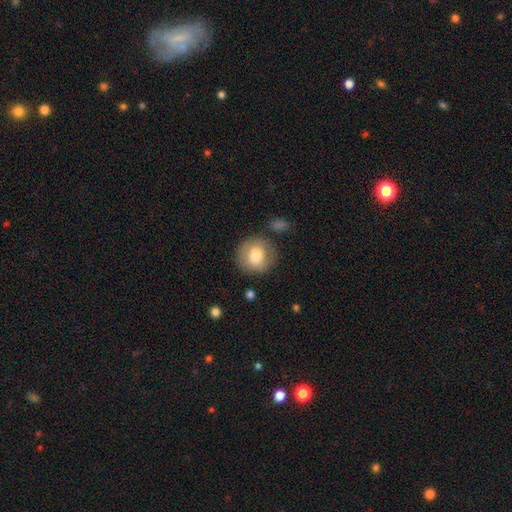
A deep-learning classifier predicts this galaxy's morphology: Smooth or featured? Predicted: smooth (p=0.76). How rounded? Predicted: round (p=0.89). Merging? Predicted: none (p=0.78).